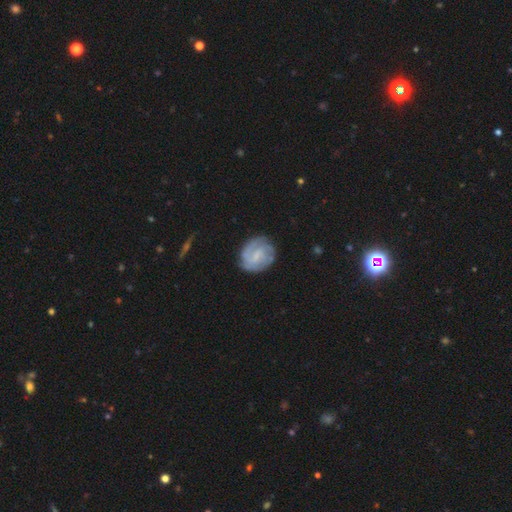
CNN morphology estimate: A featured or disk galaxy (63%) with a weak bar (51%), 2 (38%) tight (50%) spiral arms (85%) and a small central bulge (43%). Merging: none (73%).